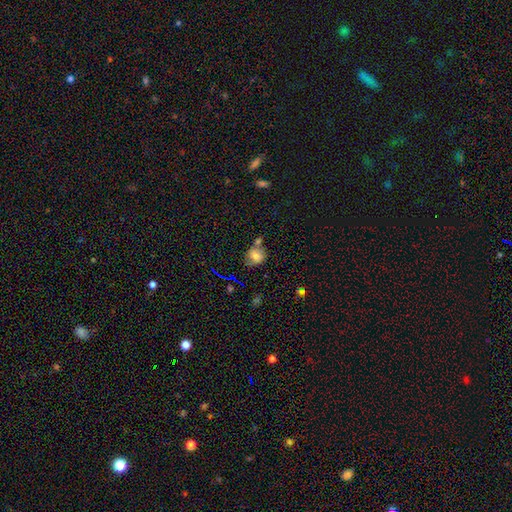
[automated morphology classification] smooth 69%, featured or disk 17%, star or artifact 14%. Down the decision tree: how rounded — round (68%); merging — none (54%).